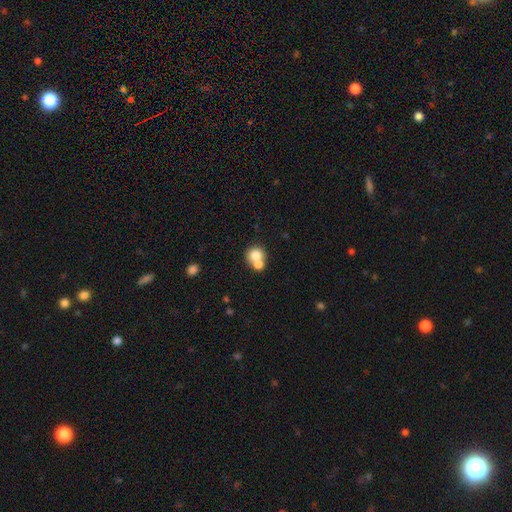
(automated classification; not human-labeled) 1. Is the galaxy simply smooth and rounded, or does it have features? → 75% smooth, 15% featured or disk, 10% star or artifact.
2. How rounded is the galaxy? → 83% round, 16% in between, 1% cigar-shaped.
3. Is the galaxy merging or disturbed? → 52% merger, 38% none, 6% minor disturbance, 3% major disturbance.